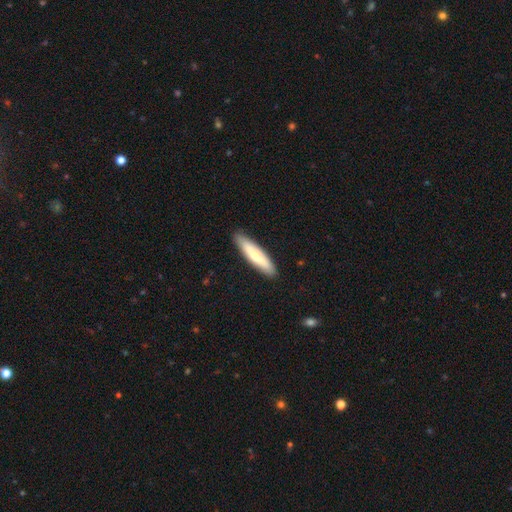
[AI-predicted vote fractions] Overall: smooth (65%; featured or disk 30%). How rounded: cigar-shaped (79%). Merging: none (89%).